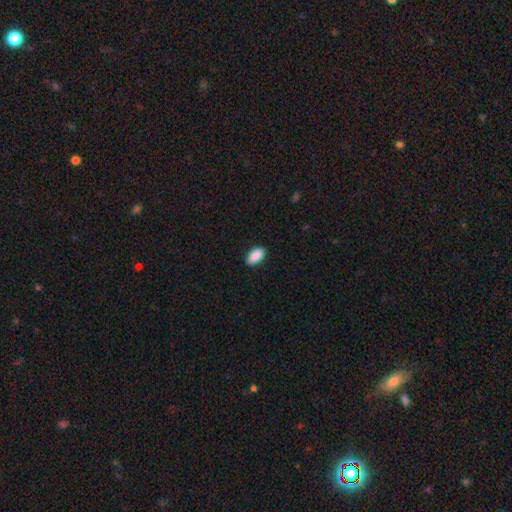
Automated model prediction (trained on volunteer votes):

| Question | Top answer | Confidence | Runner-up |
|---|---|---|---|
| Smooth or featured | smooth | 90% | star or artifact (7%) |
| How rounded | in between | 94% | round (3%) |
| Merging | none | 88% | minor disturbance (9%) |